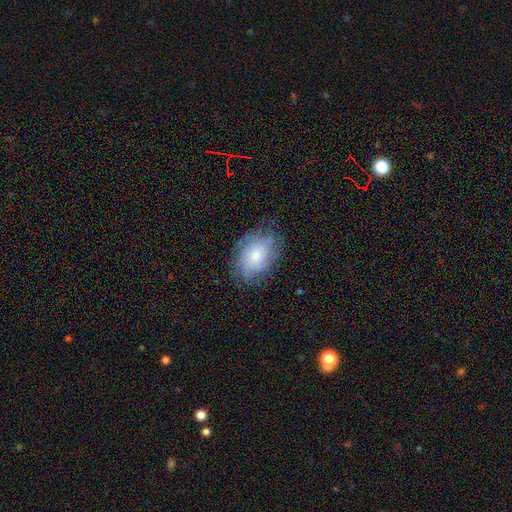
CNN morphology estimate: Q: Smooth or featured?
A: smooth (48%); runner-up: featured or disk (42%)
Q: Merging?
A: none (68%); runner-up: minor disturbance (22%)